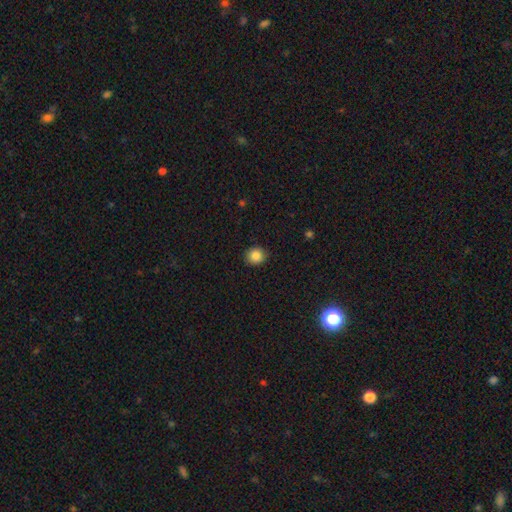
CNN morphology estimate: A smooth galaxy with no disk features (86%) that is round (82%). Merging: none (89%).